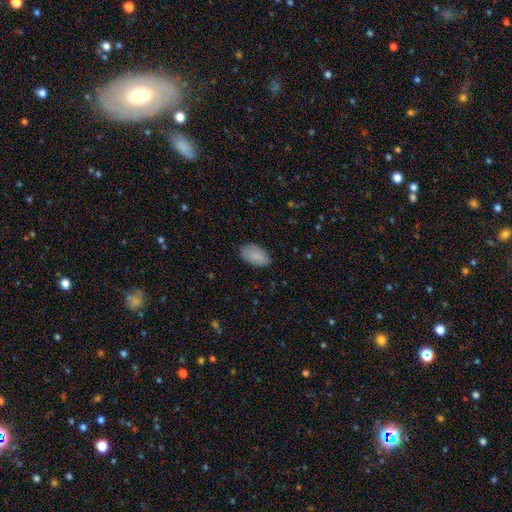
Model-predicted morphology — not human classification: smooth-or-featured: smooth: 88% | star or artifact: 6% | featured or disk: 6%
  how-rounded: in between: 95% | round: 4% | cigar-shaped: 2%
  merging: none: 84% | minor disturbance: 13% | major disturbance: 3% | merger: 1%